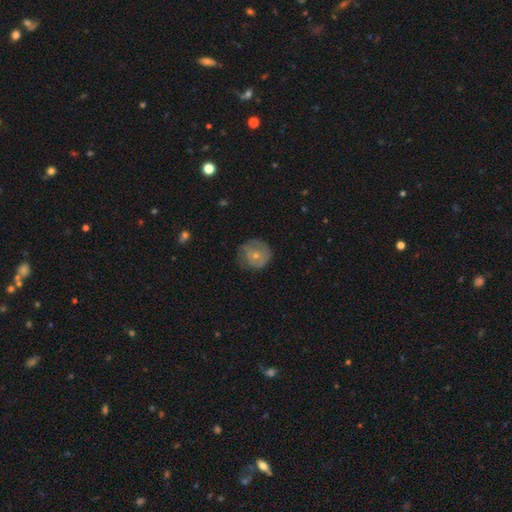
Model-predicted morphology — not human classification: Smooth or featured? Predicted: smooth (p=0.52). How rounded? Predicted: round (p=0.88). Merging? Predicted: none (p=0.61).